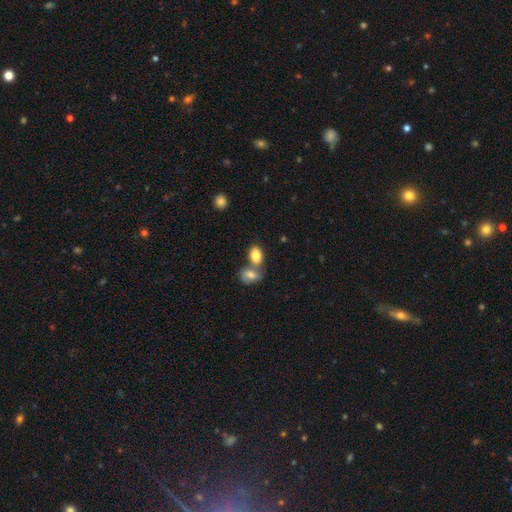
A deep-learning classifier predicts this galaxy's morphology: Smooth or featured? smooth (82%)
How rounded? in between (81%)
Merging? merger (50%)